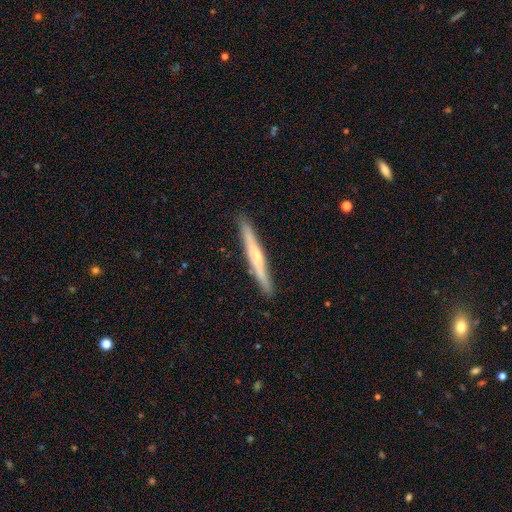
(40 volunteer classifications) A featured or disk galaxy (72%) viewed edge-on (97%) with a rounded central bulge (68%). Merging: none (100%).